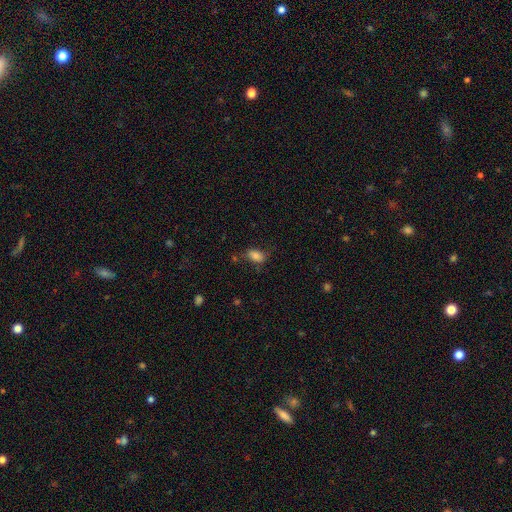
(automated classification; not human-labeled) smooth-or-featured: smooth: 81% | star or artifact: 10% | featured or disk: 9%
  how-rounded: in between: 86% | round: 12% | cigar-shaped: 2%
  merging: none: 66% | minor disturbance: 22% | major disturbance: 8% | merger: 4%